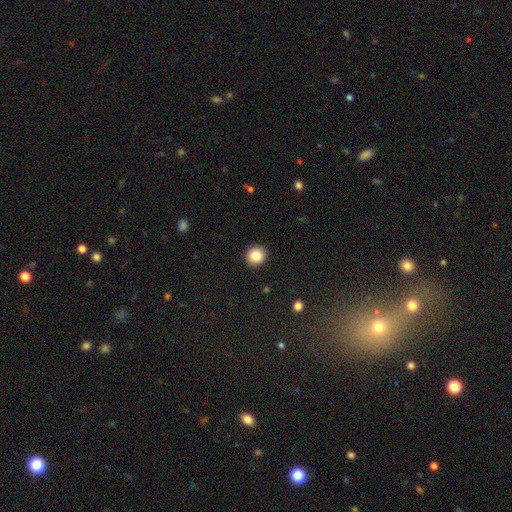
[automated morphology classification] smooth 85%, star or artifact 10%, featured or disk 6%. Down the decision tree: how rounded — round (89%); merging — none (92%).